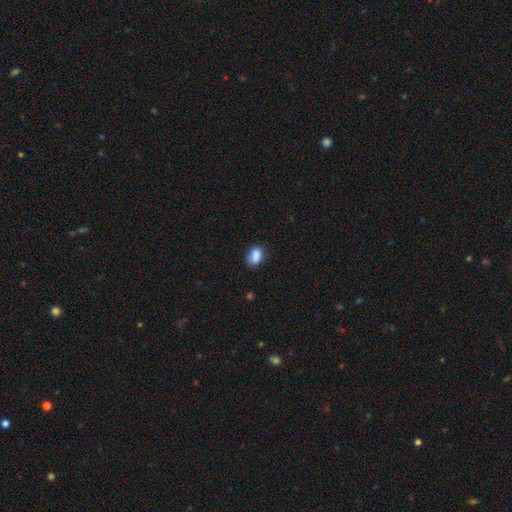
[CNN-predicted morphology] smooth_or_featured: smooth (p=0.85) [alt: star or artifact p=0.09]
how_rounded: in between (p=0.78) [alt: round p=0.21]
merging: none (p=0.65) [alt: minor disturbance p=0.24]